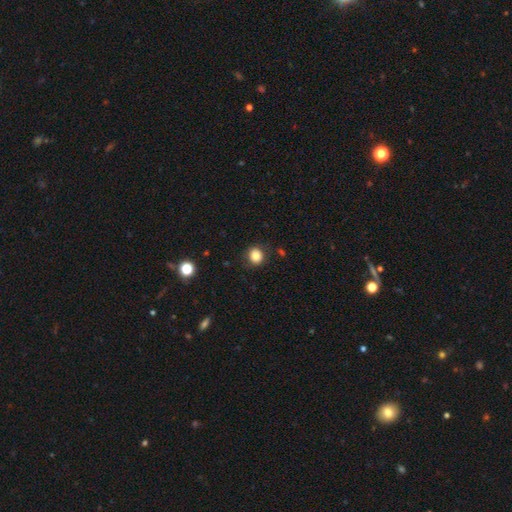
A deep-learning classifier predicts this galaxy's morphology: The model was most divided on "how rounded": round: 75%, in between: 24%, cigar-shaped: 1%. More confident: merging — none (85%); smooth or featured — smooth (84%).